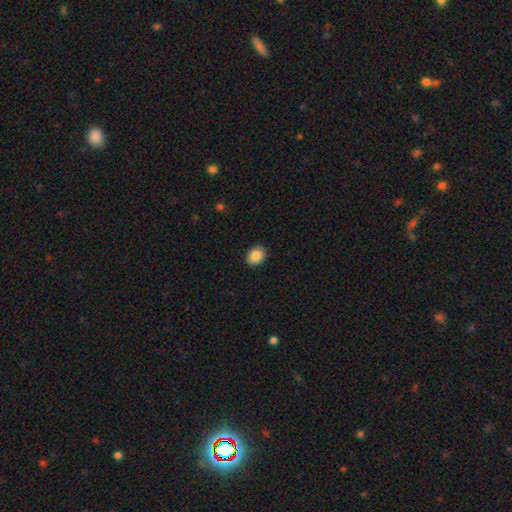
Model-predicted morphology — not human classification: A smooth galaxy with no disk features (88%) that is in between round and cigar-shaped (63%).

Vote fractions:
- Smooth or featured? smooth: 88% / star or artifact: 8% / featured or disk: 5%
- How rounded? in between: 63% / round: 36% / cigar-shaped: 1%
- Merging? none: 90% / minor disturbance: 7% / major disturbance: 2% / merger: 1%